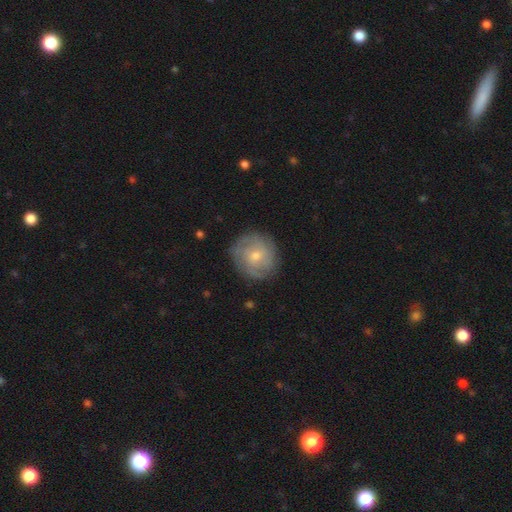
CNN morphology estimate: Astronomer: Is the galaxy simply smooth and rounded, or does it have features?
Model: featured or disk — 53% (runner-up: smooth, 39%).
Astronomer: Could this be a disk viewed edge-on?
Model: no — 97%.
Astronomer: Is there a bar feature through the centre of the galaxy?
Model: no — 75%.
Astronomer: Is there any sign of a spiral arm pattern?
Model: yes — 76%.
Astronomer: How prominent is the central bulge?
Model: small — 50% (runner-up: moderate, 46%).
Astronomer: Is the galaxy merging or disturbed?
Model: none — 82%.